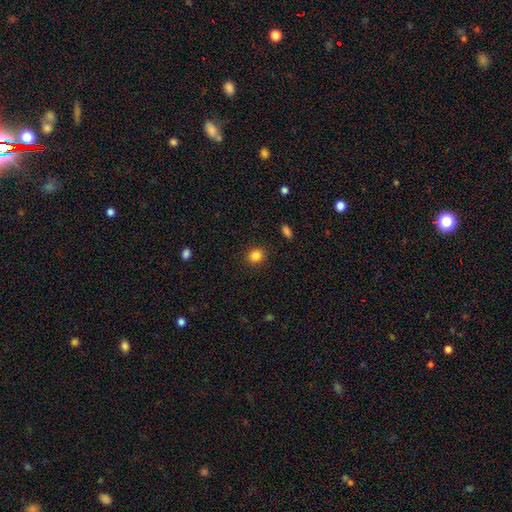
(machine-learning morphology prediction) Q: Smooth or featured?
A: smooth (85%); runner-up: star or artifact (11%)
Q: How rounded?
A: round (79%); runner-up: in between (20%)
Q: Merging?
A: none (90%); runner-up: minor disturbance (6%)